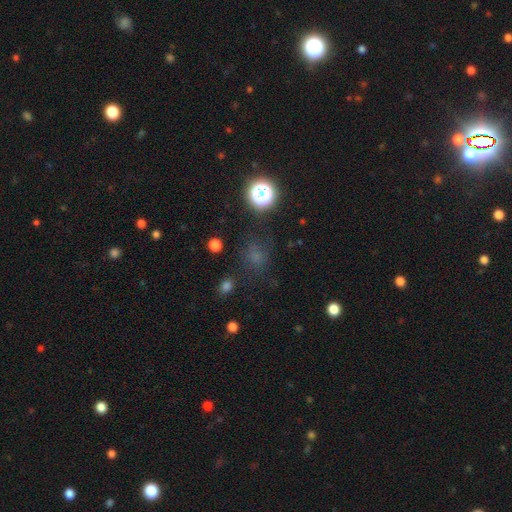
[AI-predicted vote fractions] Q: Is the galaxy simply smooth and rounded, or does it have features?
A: smooth — 55%.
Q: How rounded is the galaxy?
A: round — 77%.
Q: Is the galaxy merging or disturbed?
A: none — 73%.